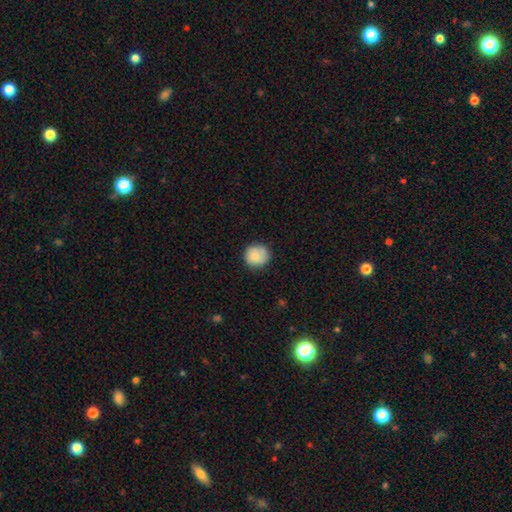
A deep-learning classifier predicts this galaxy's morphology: Q: Smooth or featured?
A: smooth (78%); runner-up: featured or disk (15%)
Q: How rounded?
A: round (90%); runner-up: in between (9%)
Q: Merging?
A: none (76%); runner-up: minor disturbance (18%)